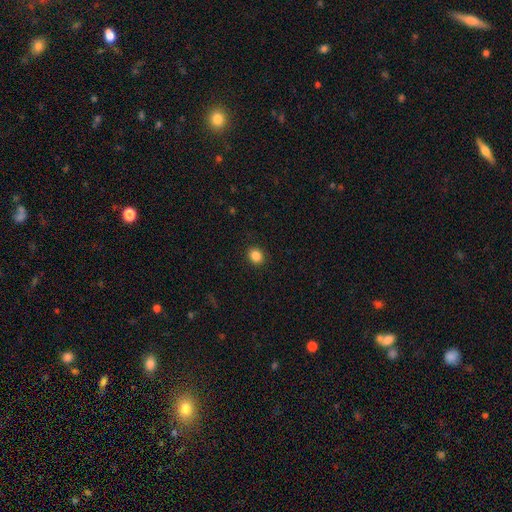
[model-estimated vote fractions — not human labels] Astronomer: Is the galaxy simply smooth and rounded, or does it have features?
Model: smooth — 86%.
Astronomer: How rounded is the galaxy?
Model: round — 69%.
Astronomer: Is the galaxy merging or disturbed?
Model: none — 91%.